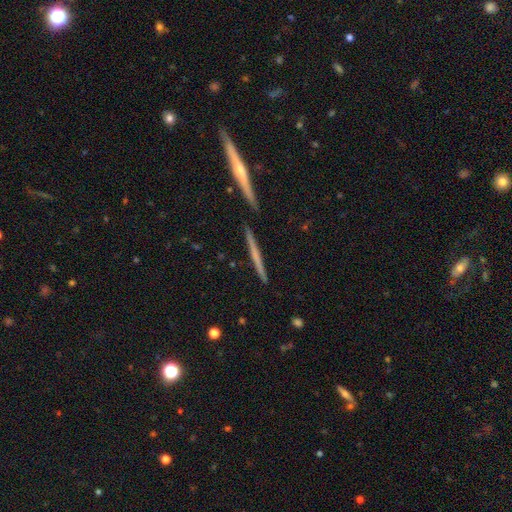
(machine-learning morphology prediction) A featured or disk galaxy (52%) viewed edge-on (97%) with no central bulge (78%).

Vote fractions:
- Smooth or featured? featured or disk: 52% / smooth: 41% / star or artifact: 6%
- Edge-on disk? yes: 97% / no: 3%
- Edge-on bulge? none: 78% / rounded: 17% / boxy: 5%
- Merging? none: 85% / minor disturbance: 8% / merger: 5% / major disturbance: 2%